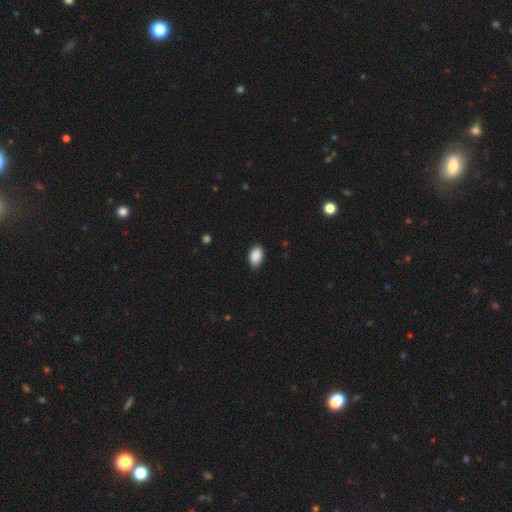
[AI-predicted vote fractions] A smooth galaxy with no disk features (90%) that is in between round and cigar-shaped (90%). Merging: none (84%).